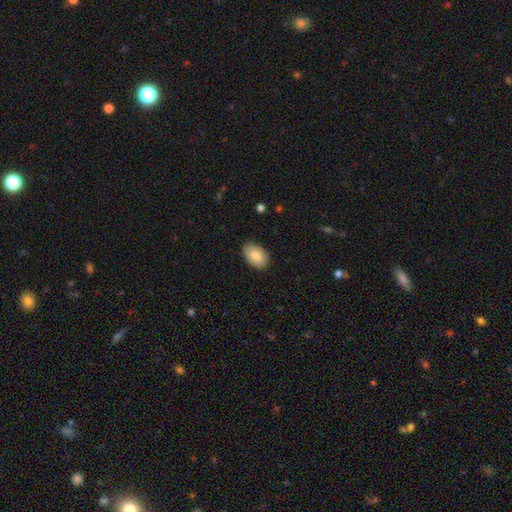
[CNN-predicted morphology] Smooth or featured: smooth — 82% (featured or disk — 11%)
How rounded: in between — 92% (round — 7%)
Merging: none — 84% (minor disturbance — 13%)